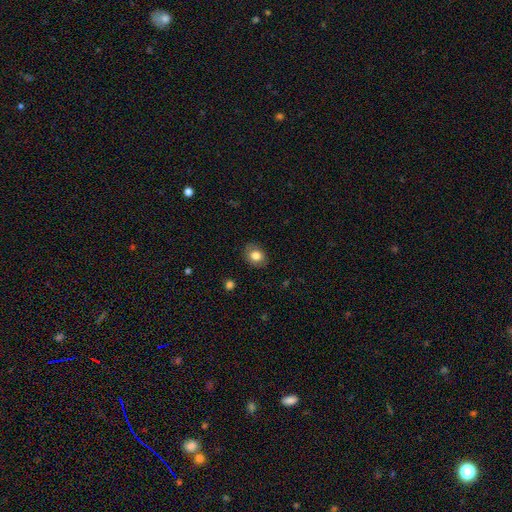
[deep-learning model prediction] smooth-or-featured: smooth: 81% | featured or disk: 10% | star or artifact: 9%
  how-rounded: in between: 50% | round: 49% | cigar-shaped: 1%
  merging: none: 83% | minor disturbance: 13% | major disturbance: 3% | merger: 1%